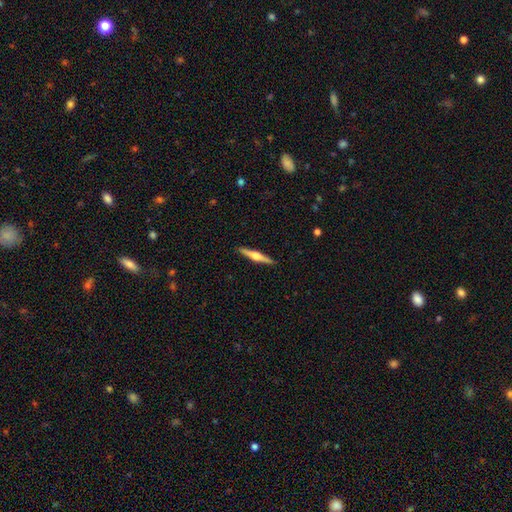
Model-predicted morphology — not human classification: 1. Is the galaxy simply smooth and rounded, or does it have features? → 70% featured or disk, 25% smooth, 5% star or artifact.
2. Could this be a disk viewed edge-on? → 98% yes, 2% no.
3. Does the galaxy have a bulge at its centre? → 90% rounded, 6% boxy, 3% none.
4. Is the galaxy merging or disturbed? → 92% none, 6% minor disturbance, 1% major disturbance, 1% merger.